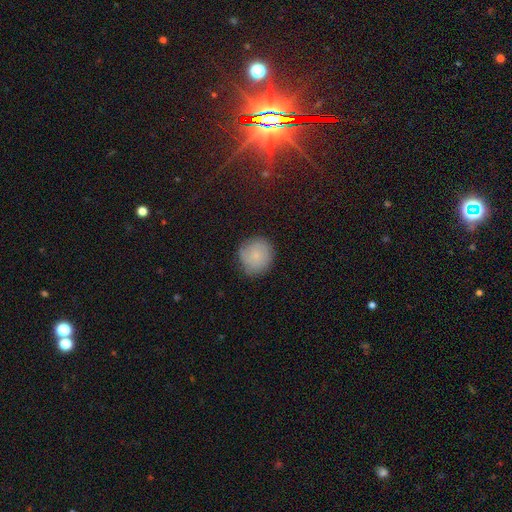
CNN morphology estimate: Smooth or featured? Predicted: smooth (p=0.78). How rounded? Predicted: round (p=0.90). Merging? Predicted: none (p=0.78).